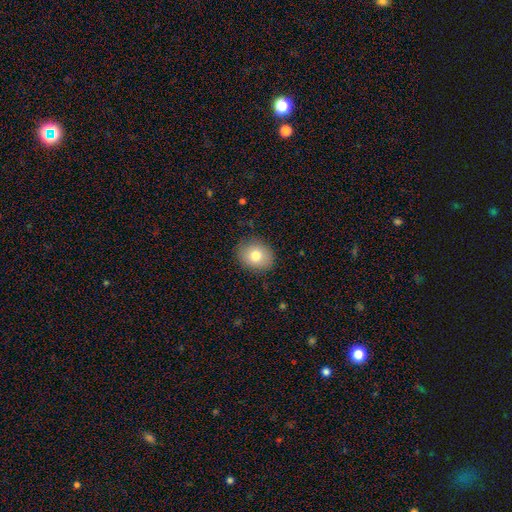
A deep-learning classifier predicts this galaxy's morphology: Q: Smooth or featured?
A: smooth (78%); runner-up: featured or disk (13%)
Q: How rounded?
A: round (55%); runner-up: in between (44%)
Q: Merging?
A: none (86%); runner-up: minor disturbance (11%)